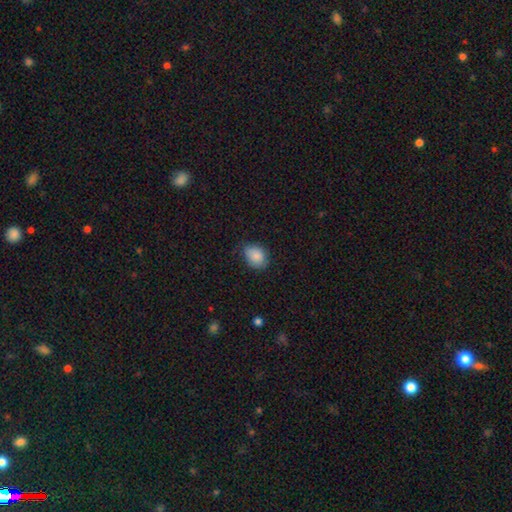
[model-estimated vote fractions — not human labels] A smooth galaxy with no disk features (87%) that is in between round and cigar-shaped (60%). Merging: none (73%).